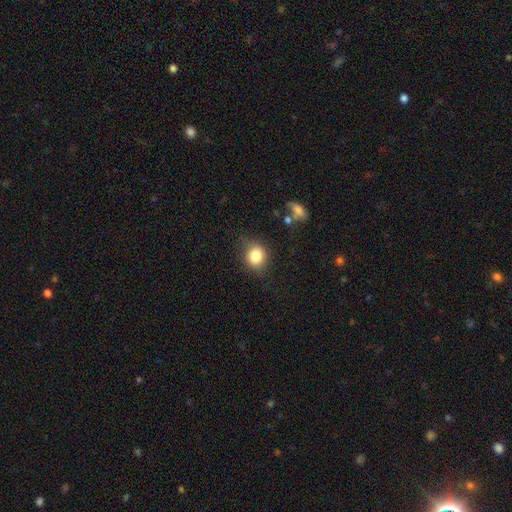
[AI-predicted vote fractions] A smooth galaxy with no disk features (82%) that is round (70%). Merging: none (77%).